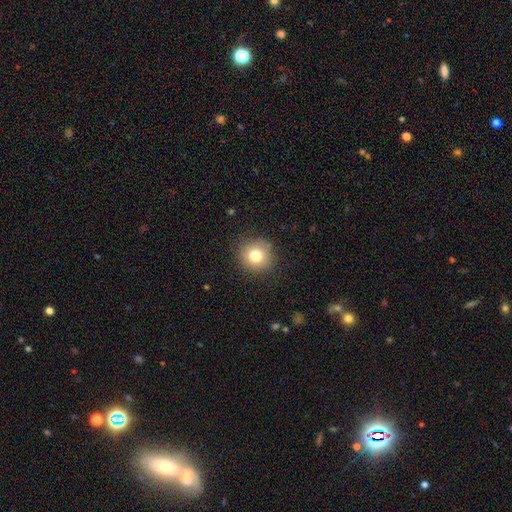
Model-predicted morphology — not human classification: This appears to be a smooth galaxy with no disk features (78%) that is round (92%). Merging: none (87%).